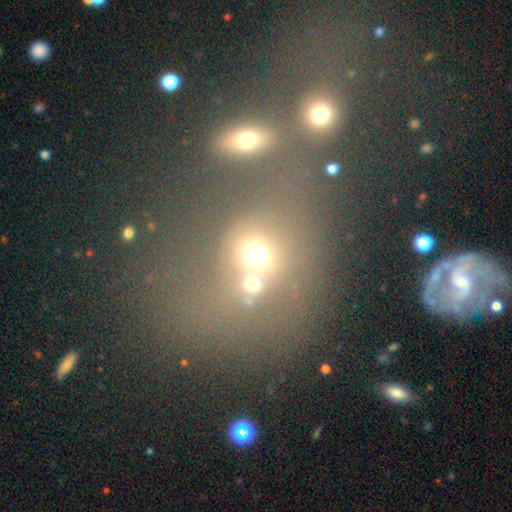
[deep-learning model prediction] Q: Smooth or featured?
A: smooth (60%); runner-up: star or artifact (25%)
Q: How rounded?
A: round (73%); runner-up: in between (25%)
Q: Merging?
A: merger (43%); runner-up: none (39%)